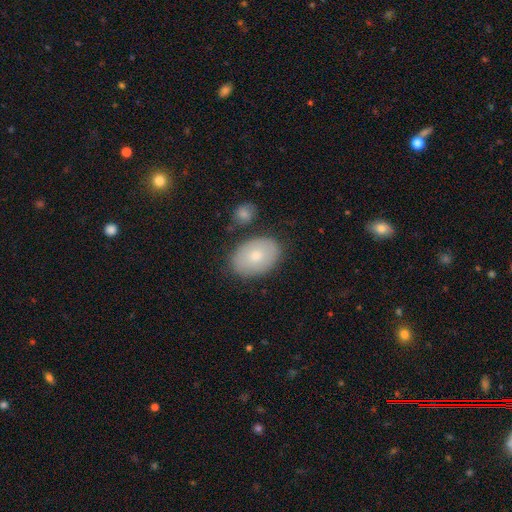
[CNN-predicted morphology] This is likely a smooth galaxy (74%). How rounded: clearly in between (85%). Merging: likely none (78%).